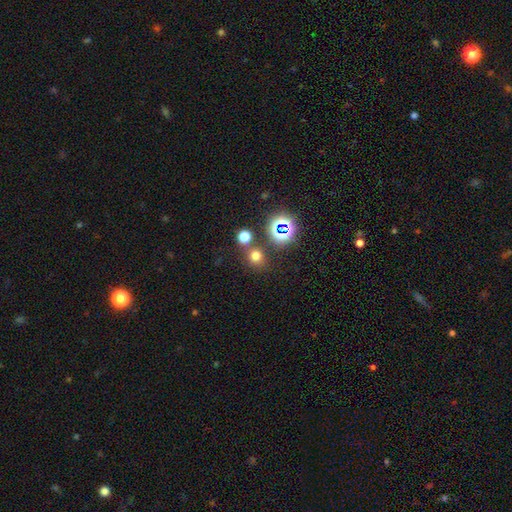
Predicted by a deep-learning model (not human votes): Morphology: type=smooth (67%); roundness=round (81%); merging=none (72%).